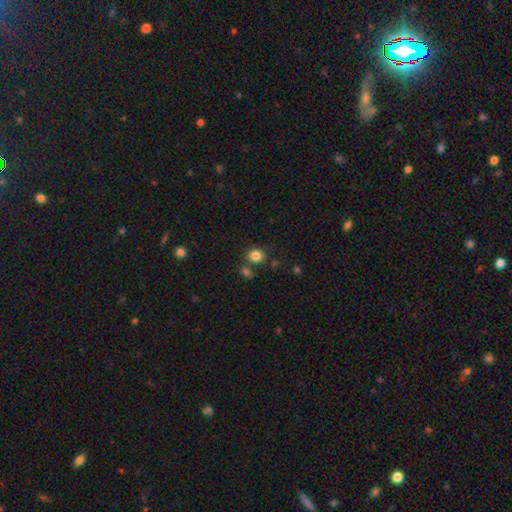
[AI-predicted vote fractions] Smooth or featured: smooth — 84% (star or artifact — 11%)
How rounded: round — 63% (in between — 36%)
Merging: none — 71% (merger — 14%)